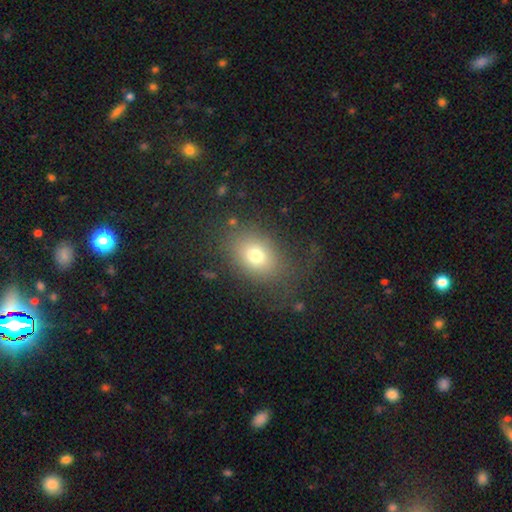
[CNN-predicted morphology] smooth-or-featured: smooth: 73% | featured or disk: 14% | star or artifact: 14%
  how-rounded: in between: 63% | round: 36% | cigar-shaped: 1%
  merging: none: 68% | minor disturbance: 15% | major disturbance: 15% | merger: 2%